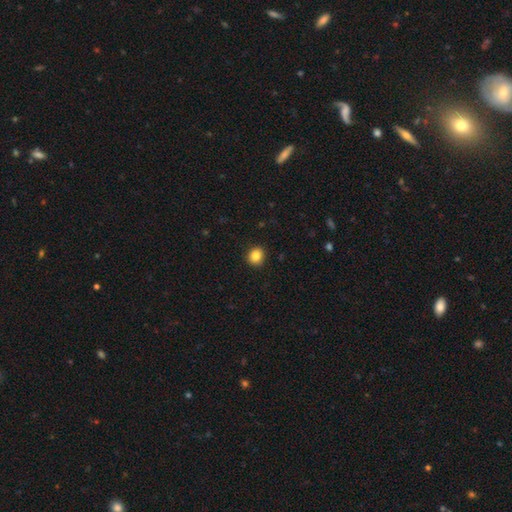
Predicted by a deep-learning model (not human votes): Q: Smooth or featured?
A: smooth (87%); runner-up: star or artifact (10%)
Q: How rounded?
A: round (83%); runner-up: in between (16%)
Q: Merging?
A: none (91%); runner-up: minor disturbance (6%)